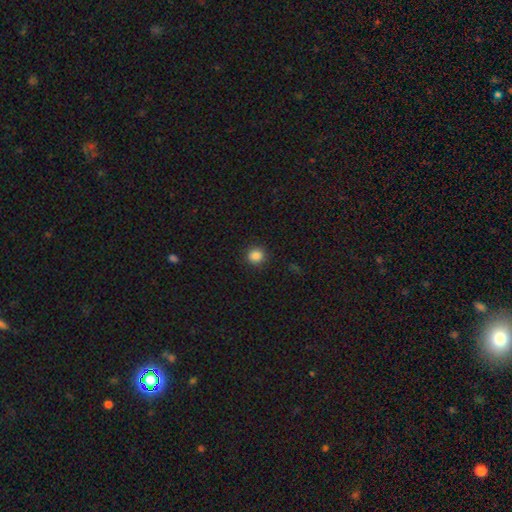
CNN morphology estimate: Smooth or featured? smooth (86%)
How rounded? round (92%)
Merging? none (91%)